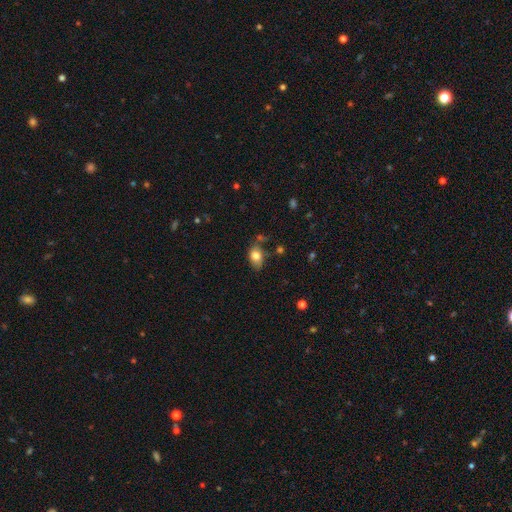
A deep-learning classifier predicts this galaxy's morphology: Smooth or featured? smooth (79%)
How rounded? in between (80%)
Merging? none (59%)